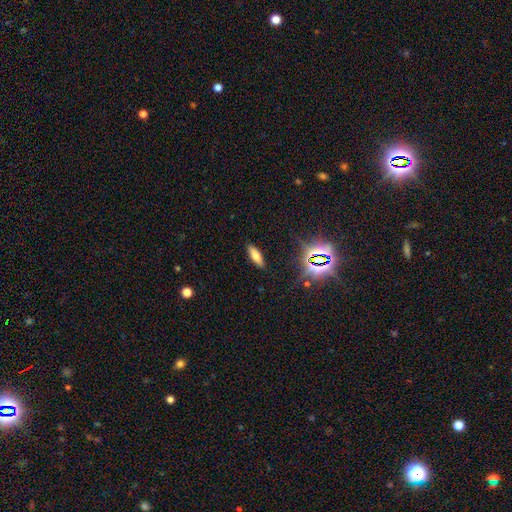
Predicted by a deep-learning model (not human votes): Smooth or featured: smooth — 67% (star or artifact — 17%)
How rounded: in between — 57% (cigar-shaped — 40%)
Merging: none — 88% (minor disturbance — 8%)